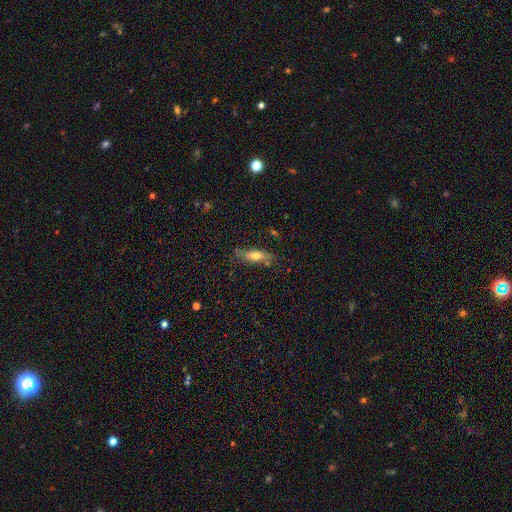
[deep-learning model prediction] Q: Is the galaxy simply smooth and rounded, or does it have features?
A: smooth — 59%.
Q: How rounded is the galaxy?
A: cigar-shaped — 53%.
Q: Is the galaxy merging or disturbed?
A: none — 74%.